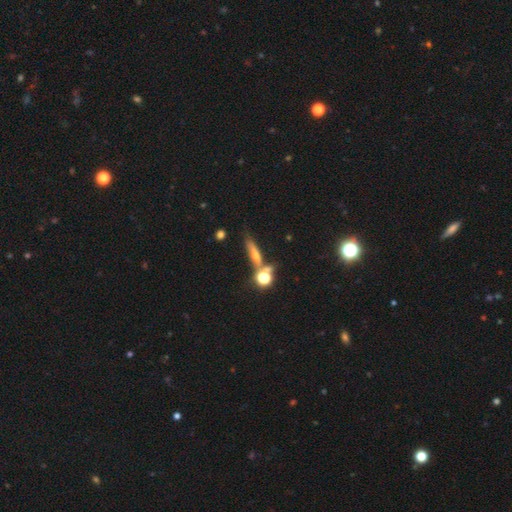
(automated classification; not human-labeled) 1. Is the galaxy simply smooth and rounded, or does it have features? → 42% featured or disk, 39% smooth, 19% star or artifact.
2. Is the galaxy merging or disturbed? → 64% none, 18% merger, 13% minor disturbance, 6% major disturbance.